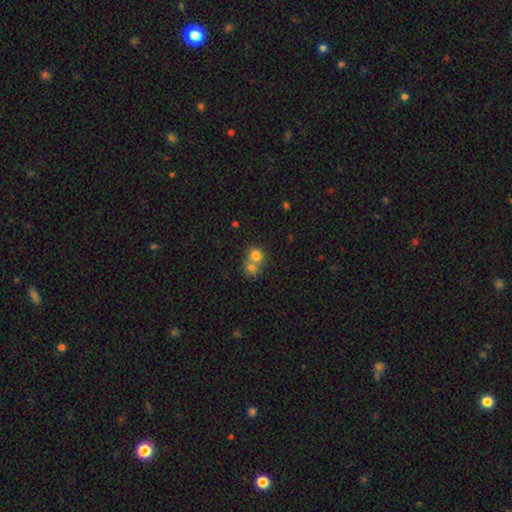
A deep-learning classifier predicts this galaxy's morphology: smooth_or_featured: smooth (p=0.76) [alt: featured or disk p=0.13]
how_rounded: round (p=0.75) [alt: in between p=0.24]
merging: merger (p=0.62) [alt: none p=0.30]